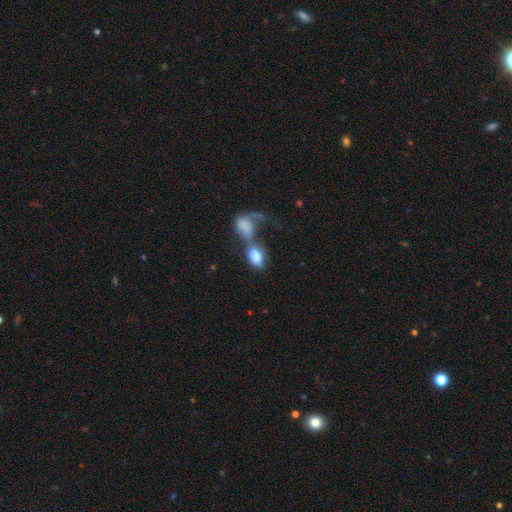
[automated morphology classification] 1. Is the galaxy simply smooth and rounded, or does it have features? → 75% smooth, 17% featured or disk, 8% star or artifact.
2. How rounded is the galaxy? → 88% in between, 10% round, 2% cigar-shaped.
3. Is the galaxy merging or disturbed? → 70% merger, 14% major disturbance, 10% none, 6% minor disturbance.